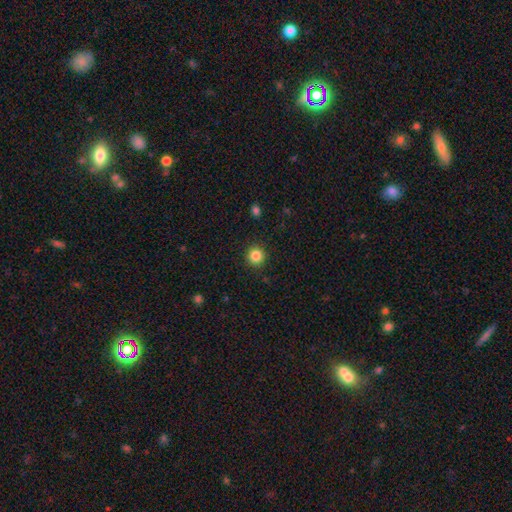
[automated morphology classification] smooth_or_featured: smooth (p=0.84) [alt: star or artifact p=0.11]
how_rounded: round (p=0.94) [alt: in between p=0.05]
merging: none (p=0.91) [alt: minor disturbance p=0.05]